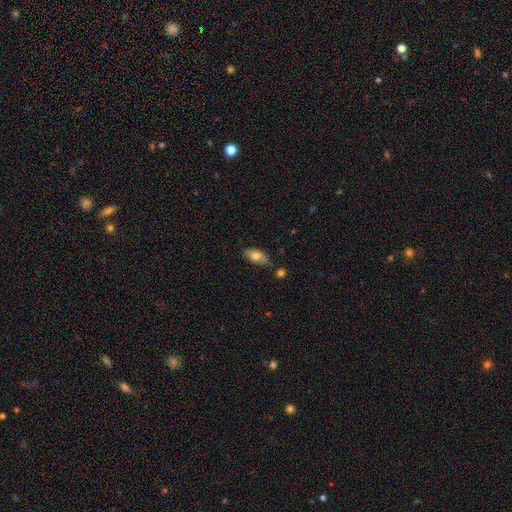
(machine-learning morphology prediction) Q: Smooth or featured?
A: smooth (73%); runner-up: featured or disk (20%)
Q: How rounded?
A: in between (90%); runner-up: cigar-shaped (5%)
Q: Merging?
A: none (61%); runner-up: minor disturbance (26%)